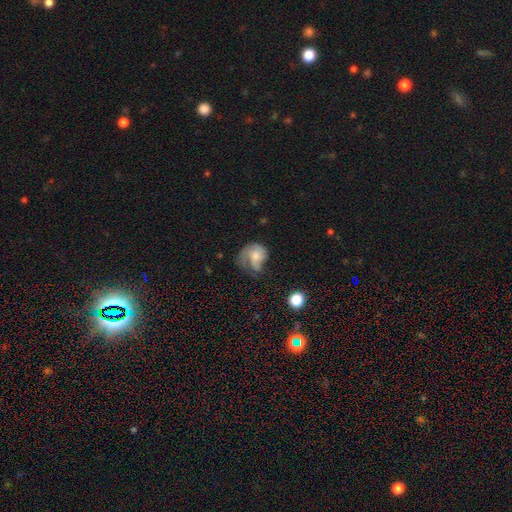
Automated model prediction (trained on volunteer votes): The model was most divided on "smooth or featured": featured or disk: 47%, smooth: 44%, star or artifact: 9%. Remaining: merging — major disturbance (42%).